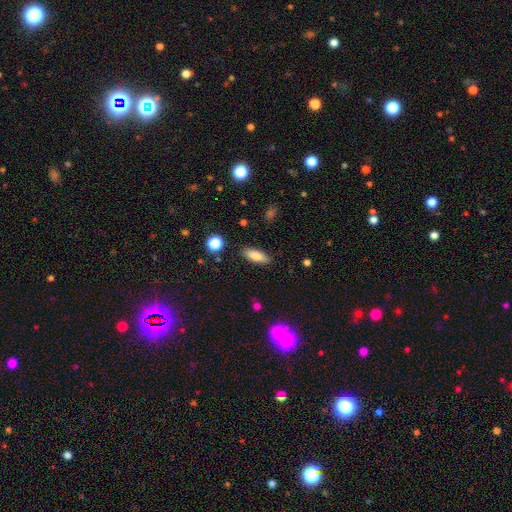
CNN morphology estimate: type=smooth (80%); roundness=in between (65%); merging=none (87%).